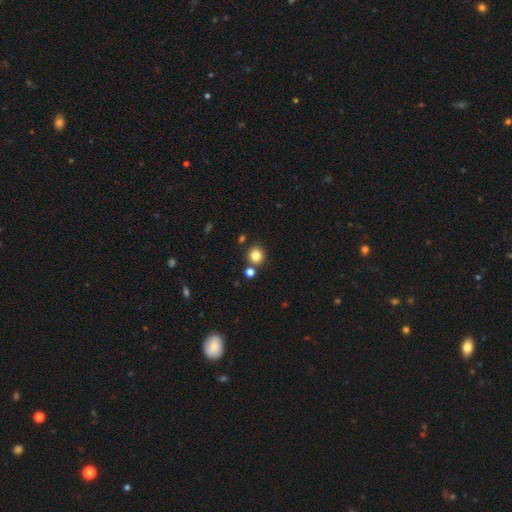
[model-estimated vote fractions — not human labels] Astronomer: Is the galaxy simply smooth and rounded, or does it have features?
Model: smooth — 82%.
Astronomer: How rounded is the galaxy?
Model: round — 89%.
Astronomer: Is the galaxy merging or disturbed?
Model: none — 80%.